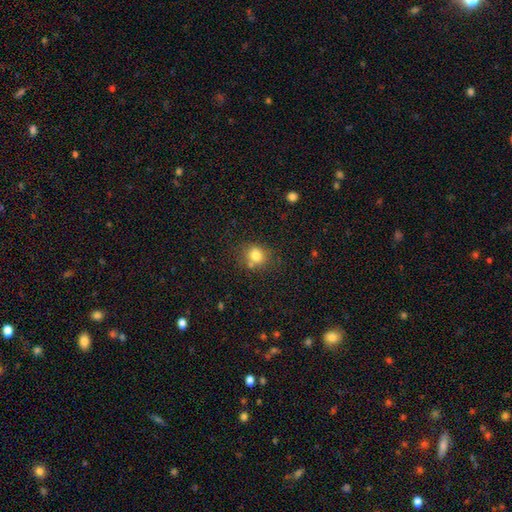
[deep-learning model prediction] Smooth or featured? smooth (78%)
How rounded? round (69%)
Merging? none (69%)